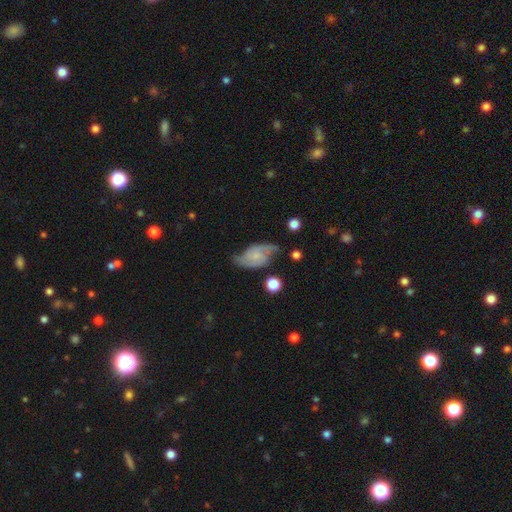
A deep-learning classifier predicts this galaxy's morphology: Smooth or featured: featured or disk — 77% (smooth — 17%)
Edge-on disk: no — 96% (yes — 4%)
Bar: no — 66% (weak — 29%)
Spiral arms: yes — 94% (no — 6%)
Spiral winding: medium — 44% (loose — 34%)
Spiral arm count: 2 — 86% (can't tell — 6%)
Bulge size: small — 59% (none — 23%)
Merging: none — 62% (minor disturbance — 25%)